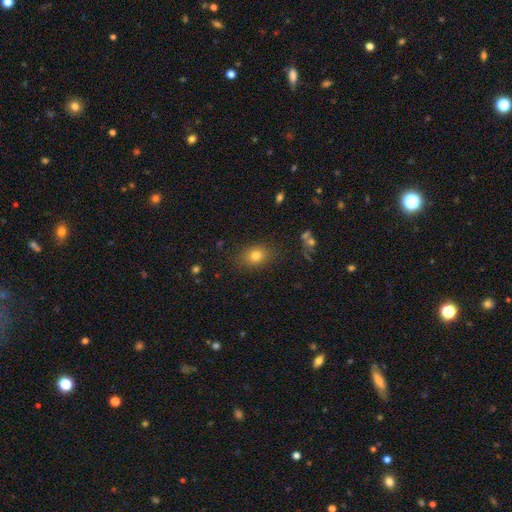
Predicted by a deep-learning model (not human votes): Morphology: type=smooth (79%); roundness=in between (61%); merging=none (83%).